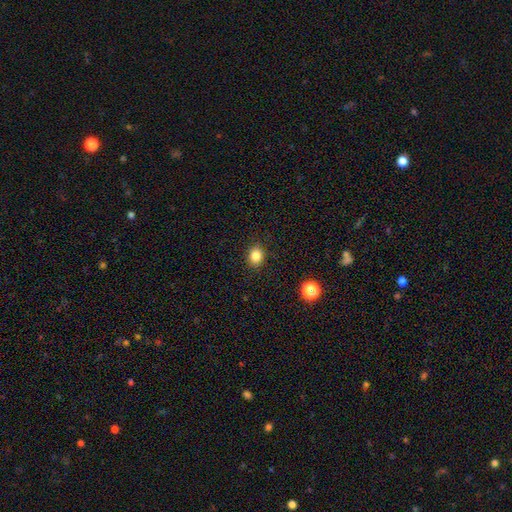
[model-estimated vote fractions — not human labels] Smooth or featured? Predicted: smooth (p=0.83). How rounded? Predicted: round (p=0.62). Merging? Predicted: none (p=0.90).